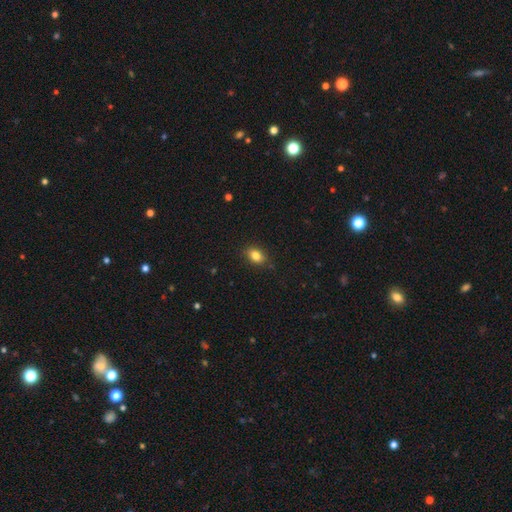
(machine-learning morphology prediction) smooth 83%, star or artifact 10%, featured or disk 7%. Down the decision tree: how rounded — in between (78%); merging — none (85%).